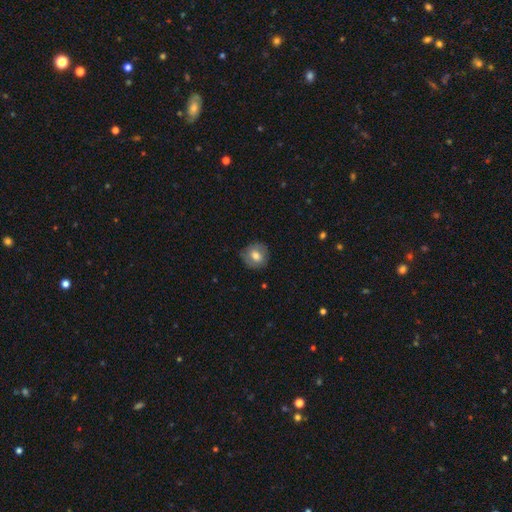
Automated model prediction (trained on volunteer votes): Q: Smooth or featured?
A: smooth (70%); runner-up: featured or disk (22%)
Q: How rounded?
A: round (83%); runner-up: in between (16%)
Q: Merging?
A: none (80%); runner-up: minor disturbance (15%)